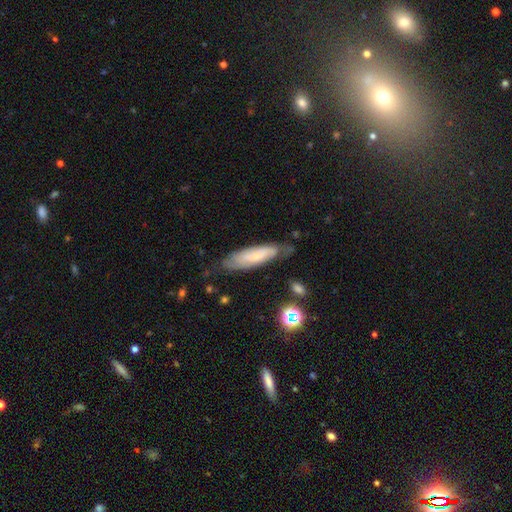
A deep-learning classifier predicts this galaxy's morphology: Smooth or featured?
  - smooth: 50% *
  - featured or disk: 43%
  - star or artifact: 8%
Merging?
  - none: 65% *
  - minor disturbance: 24%
  - major disturbance: 8%
  - merger: 3%